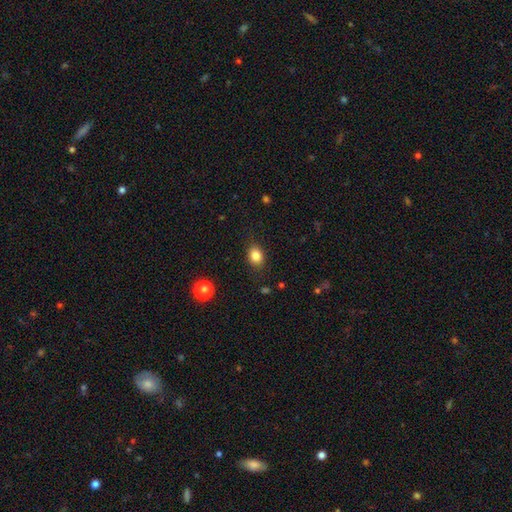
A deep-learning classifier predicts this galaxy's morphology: This appears to be a smooth galaxy with no disk features (84%) that is in between round and cigar-shaped (60%). Merging: none (83%).